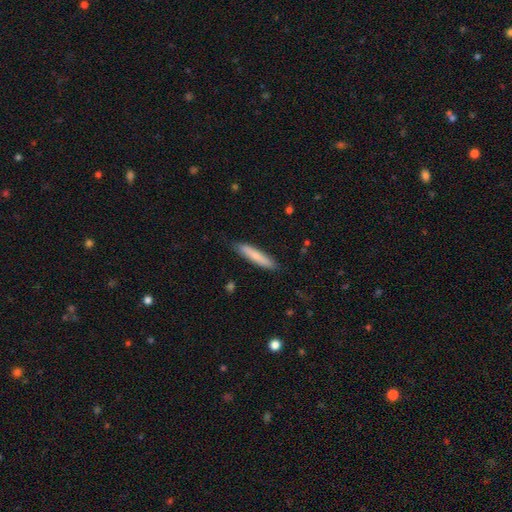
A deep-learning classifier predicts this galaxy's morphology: Smooth or featured? smooth (74%)
How rounded? cigar-shaped (88%)
Merging? none (84%)